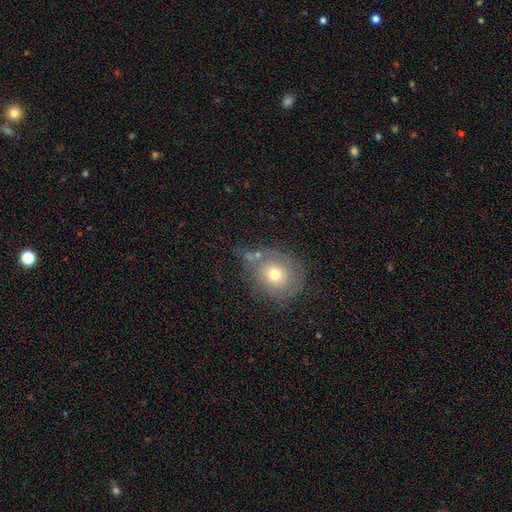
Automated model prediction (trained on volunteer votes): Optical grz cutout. It shows a smooth galaxy with no disk features (60%) that is round (76%). Merging: none (53%).